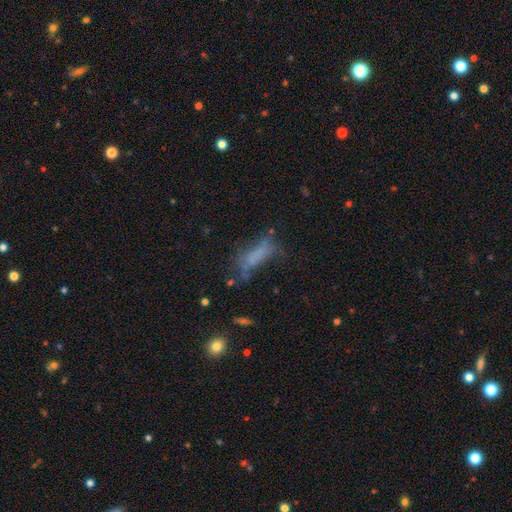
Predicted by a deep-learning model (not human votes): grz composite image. It shows a smooth galaxy with no disk features (56%) that is in between round and cigar-shaped (51%). Merging: none (39%).